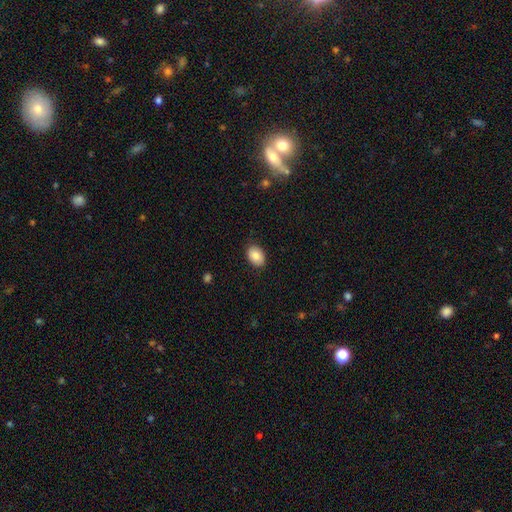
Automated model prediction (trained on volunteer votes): Smooth or featured? Predicted: smooth (p=0.84). How rounded? Predicted: in between (p=0.79). Merging? Predicted: none (p=0.85).